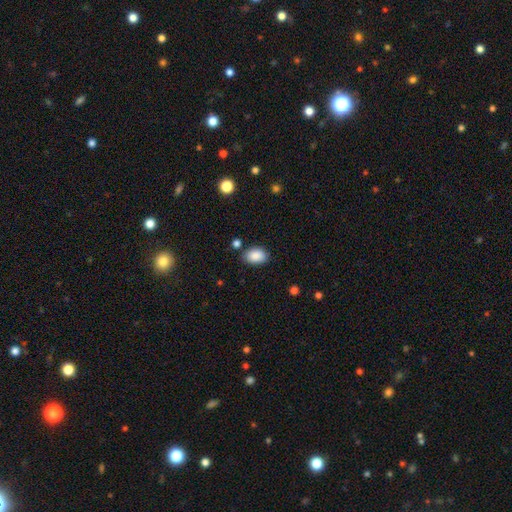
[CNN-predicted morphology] Smooth or featured: smooth — 89% (star or artifact — 8%)
How rounded: in between — 86% (round — 13%)
Merging: none — 82% (minor disturbance — 12%)